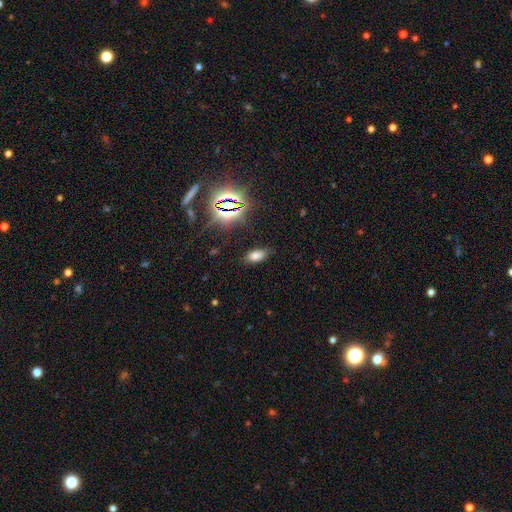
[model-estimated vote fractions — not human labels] Q: Smooth or featured?
A: smooth (69%); runner-up: star or artifact (23%)
Q: How rounded?
A: in between (90%); runner-up: cigar-shaped (5%)
Q: Merging?
A: none (83%); runner-up: minor disturbance (12%)